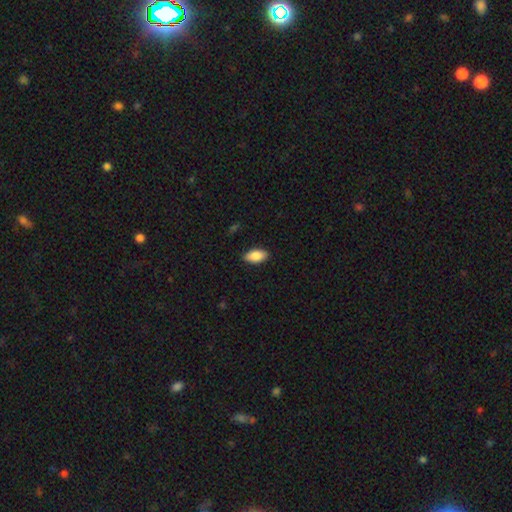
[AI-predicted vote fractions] Morphology: type=smooth (87%); roundness=in between (93%); merging=none (88%).